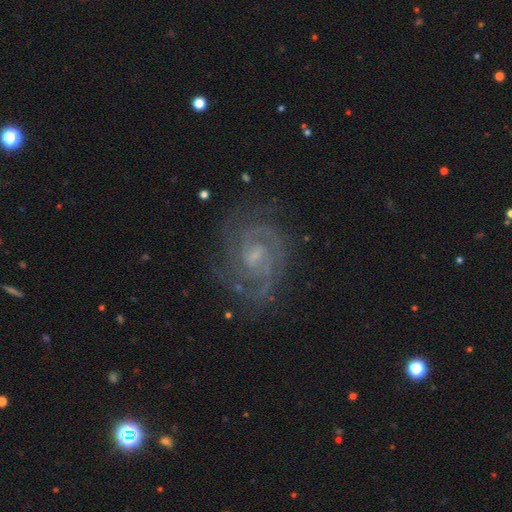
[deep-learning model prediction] Q: Smooth or featured?
A: featured or disk (90%); runner-up: star or artifact (6%)
Q: Edge-on disk?
A: no (98%); runner-up: yes (2%)
Q: Bar?
A: weak (52%); runner-up: no (38%)
Q: Spiral arms?
A: yes (98%); runner-up: no (2%)
Q: Spiral winding?
A: tight (57%); runner-up: medium (38%)
Q: Spiral arm count?
A: 2 (64%); runner-up: 3 (15%)
Q: Bulge size?
A: small (61%); runner-up: moderate (24%)
Q: Merging?
A: none (76%); runner-up: minor disturbance (16%)